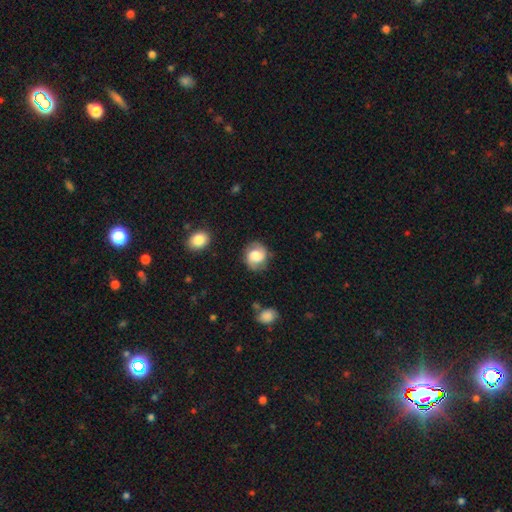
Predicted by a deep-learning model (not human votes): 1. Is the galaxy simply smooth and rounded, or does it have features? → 51% smooth, 41% featured or disk, 9% star or artifact.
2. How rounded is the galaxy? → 72% round, 27% in between, 1% cigar-shaped.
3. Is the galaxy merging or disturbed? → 74% none, 18% minor disturbance, 6% major disturbance, 2% merger.